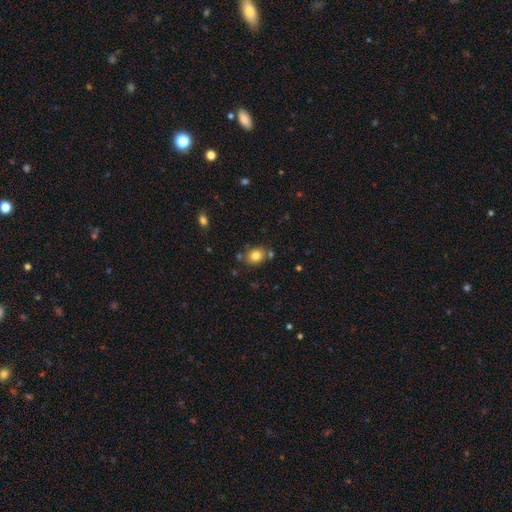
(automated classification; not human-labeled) Morphology: type=smooth (81%); roundness=round (60%); merging=none (75%).